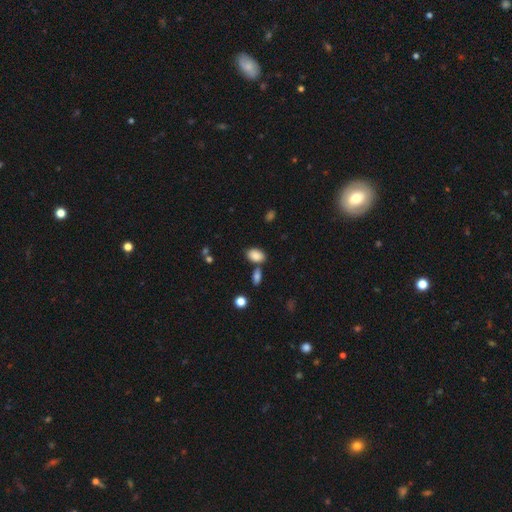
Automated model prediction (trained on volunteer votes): Smooth or featured? smooth (87%)
How rounded? in between (88%)
Merging? none (65%)